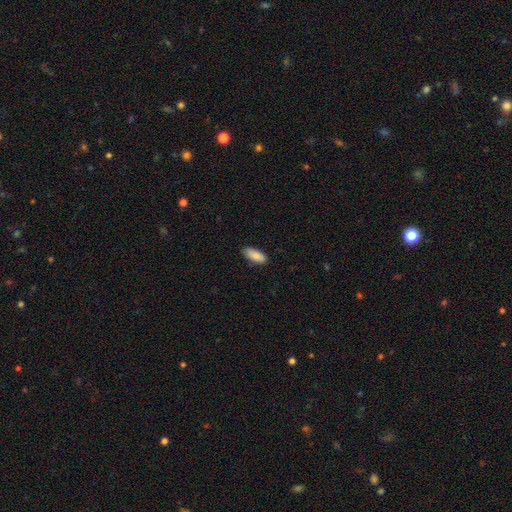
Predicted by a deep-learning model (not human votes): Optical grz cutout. It shows a smooth galaxy with no disk features (88%) that is in between round and cigar-shaped (81%). Merging: none (87%).